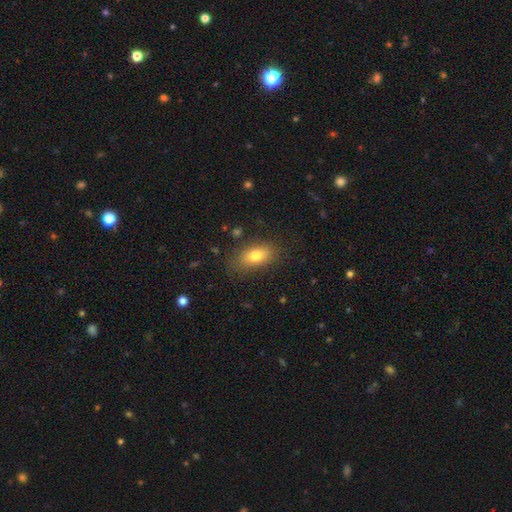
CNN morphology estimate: The model was most divided on "smooth or featured": smooth: 78%, featured or disk: 13%, star or artifact: 9%. More confident: how rounded — in between (86%); merging — none (81%).